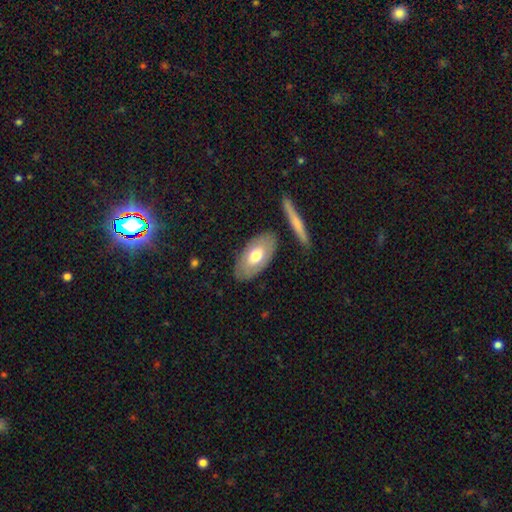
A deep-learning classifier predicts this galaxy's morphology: This is likely a smooth galaxy (61%). How rounded: clearly in between (92%). Merging: clearly none (81%).